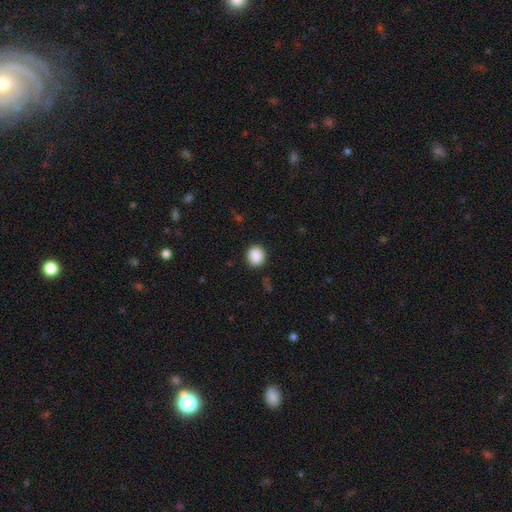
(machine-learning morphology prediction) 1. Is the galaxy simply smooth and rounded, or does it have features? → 89% smooth, 8% star or artifact, 3% featured or disk.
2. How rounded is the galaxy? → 76% round, 23% in between, 1% cigar-shaped.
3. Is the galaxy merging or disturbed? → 88% none, 9% minor disturbance, 3% major disturbance, 1% merger.